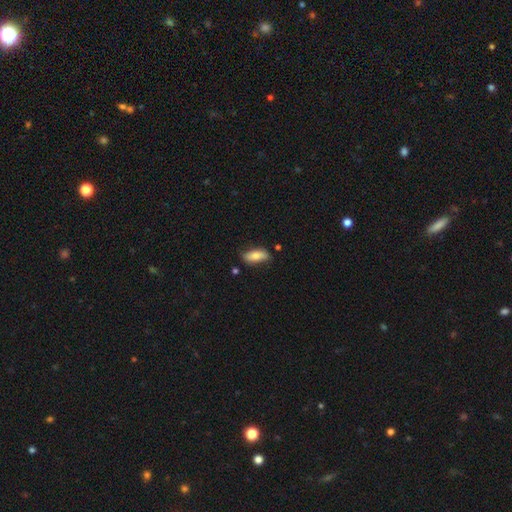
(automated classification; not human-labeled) Smooth or featured? Predicted: smooth (p=0.76). How rounded? Predicted: in between (p=0.80). Merging? Predicted: none (p=0.74).